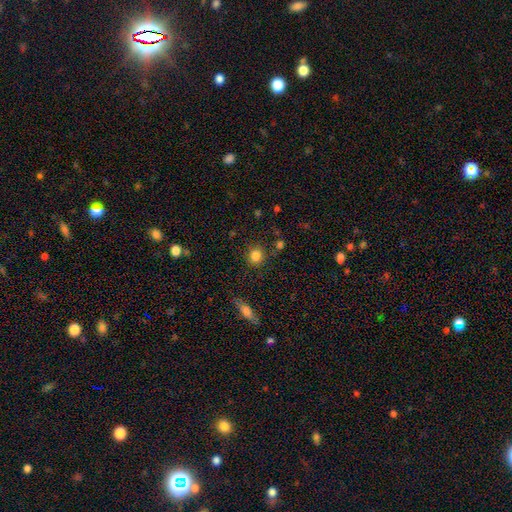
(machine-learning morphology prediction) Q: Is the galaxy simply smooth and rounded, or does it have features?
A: smooth — 84%.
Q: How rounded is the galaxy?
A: round — 83%.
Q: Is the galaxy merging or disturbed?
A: none — 84%.